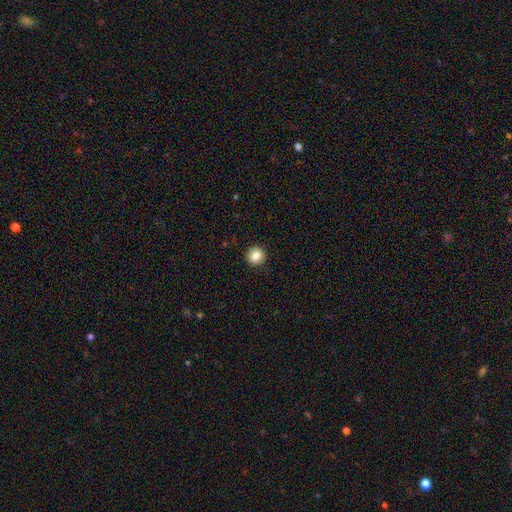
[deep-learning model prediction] This appears to be a smooth galaxy with no disk features (85%) that is round (94%). Merging: none (93%).